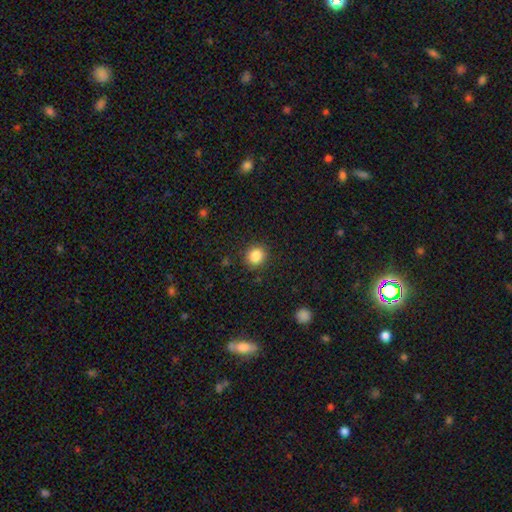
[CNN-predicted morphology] This appears to be a smooth galaxy with no disk features (85%) that is round (88%). Merging: none (89%).